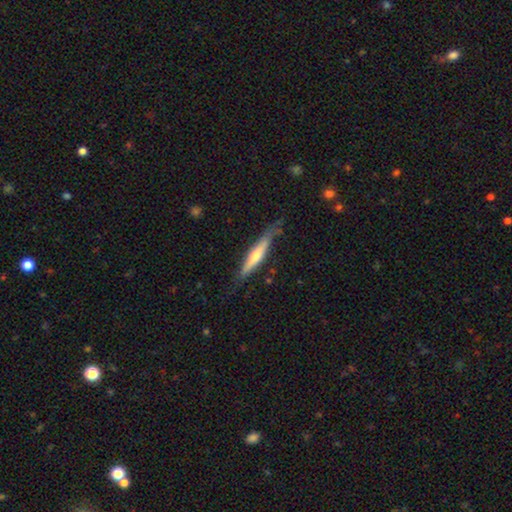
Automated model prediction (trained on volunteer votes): Q: Smooth or featured?
A: featured or disk (55%); runner-up: smooth (40%)
Q: Edge-on disk?
A: yes (93%); runner-up: no (7%)
Q: Edge-on bulge?
A: rounded (77%); runner-up: none (16%)
Q: Merging?
A: none (71%); runner-up: minor disturbance (22%)